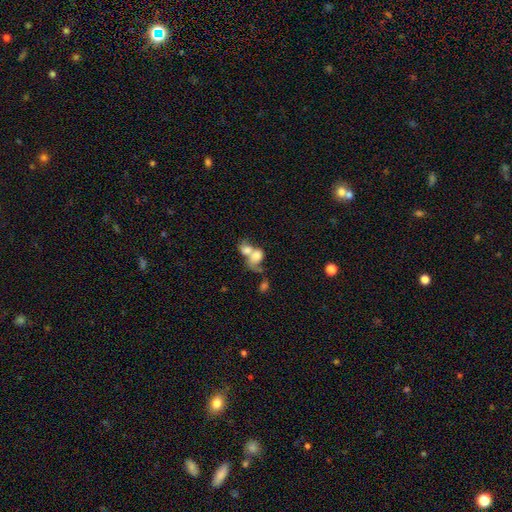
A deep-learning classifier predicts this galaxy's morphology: smooth-or-featured: smooth: 65% | featured or disk: 25% | star or artifact: 10%
  how-rounded: in between: 61% | round: 37% | cigar-shaped: 2%
  merging: merger: 76% | none: 10% | major disturbance: 8% | minor disturbance: 5%